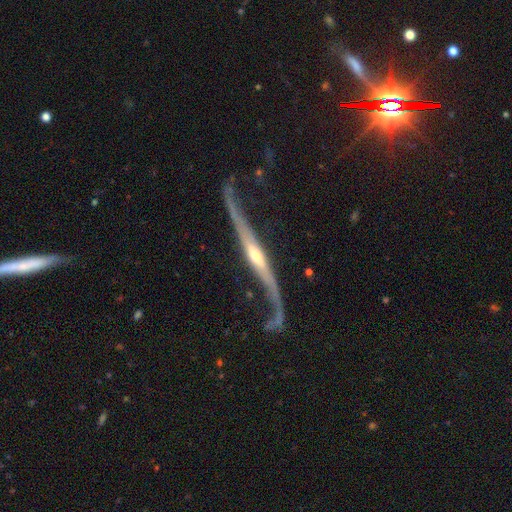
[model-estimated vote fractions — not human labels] This appears to be a featured or disk galaxy (83%) viewed edge-on (68%) with a rounded central bulge (74%). Merging: none (44%).